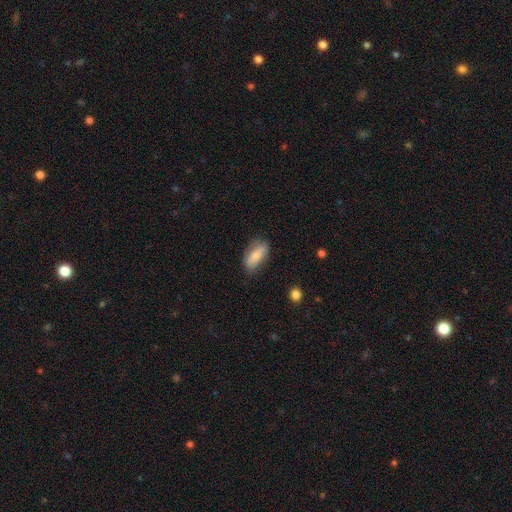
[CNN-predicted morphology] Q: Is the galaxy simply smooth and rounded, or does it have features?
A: smooth — 70%.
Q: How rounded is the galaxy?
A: in between — 81%.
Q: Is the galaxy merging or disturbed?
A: none — 74%.